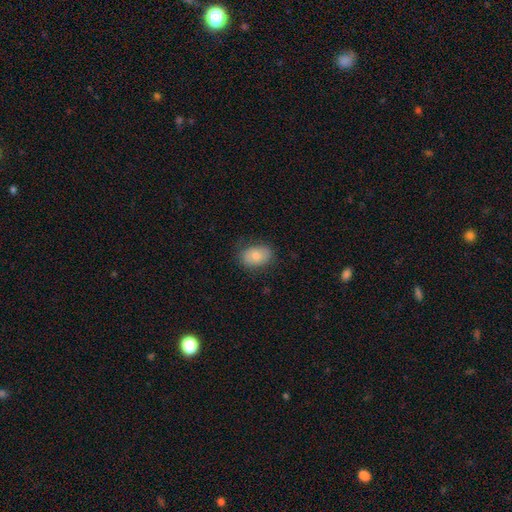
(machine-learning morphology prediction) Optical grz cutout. It shows a smooth galaxy with no disk features (79%) that is in between round and cigar-shaped (78%). Merging: none (81%).